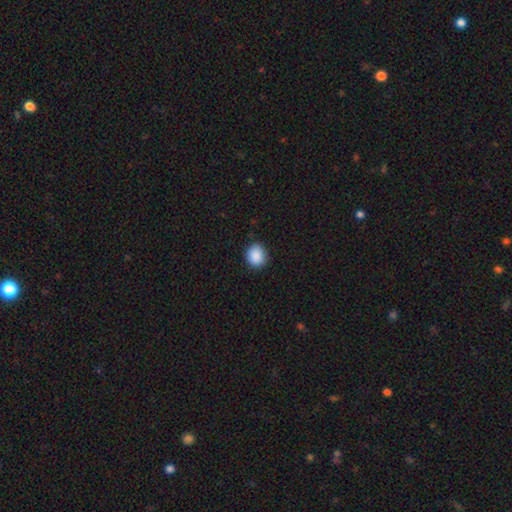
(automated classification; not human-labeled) This is clearly a smooth galaxy (89%). How rounded: likely round (76%). Merging: clearly none (86%).